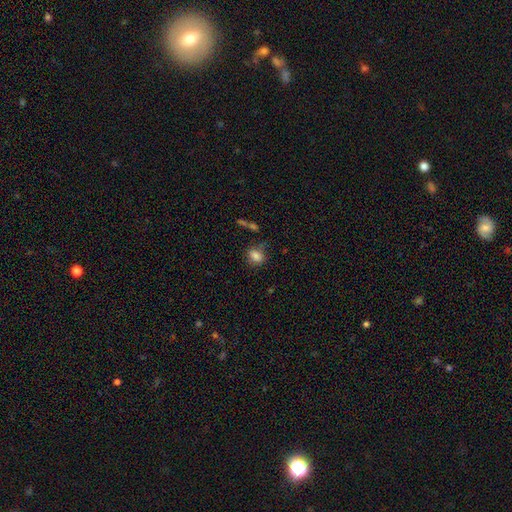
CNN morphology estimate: Smooth or featured: smooth — 82% (star or artifact — 10%)
How rounded: in between — 66% (round — 32%)
Merging: none — 68% (minor disturbance — 20%)